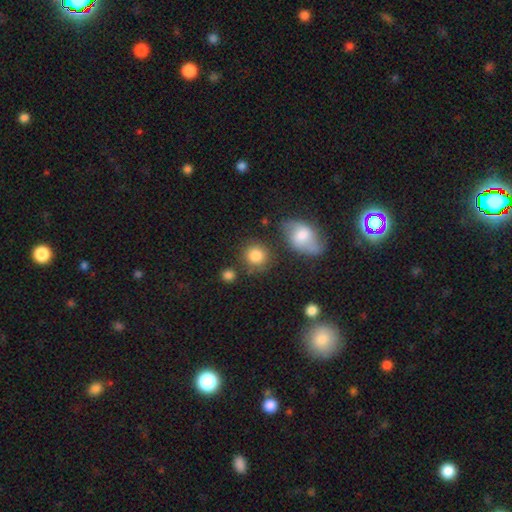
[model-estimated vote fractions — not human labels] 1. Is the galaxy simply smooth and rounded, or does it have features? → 84% smooth, 9% star or artifact, 7% featured or disk.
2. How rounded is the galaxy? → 85% round, 14% in between, 1% cigar-shaped.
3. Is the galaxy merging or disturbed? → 73% none, 12% minor disturbance, 10% merger, 4% major disturbance.